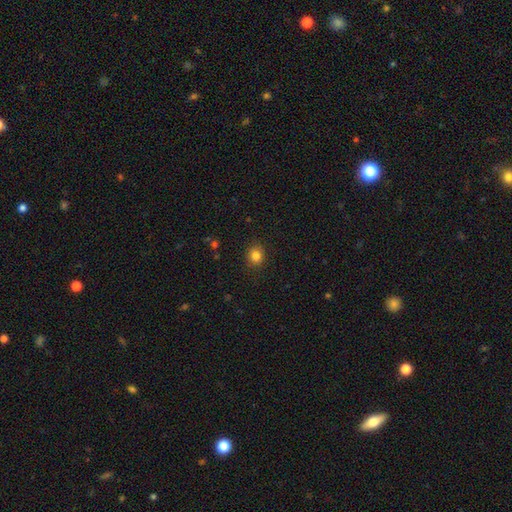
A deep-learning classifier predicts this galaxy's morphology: Smooth or featured?
  - smooth: 83% *
  - star or artifact: 12%
  - featured or disk: 5%
How rounded?
  - round: 73% *
  - in between: 27%
  - cigar-shaped: 1%
Merging?
  - none: 89% *
  - minor disturbance: 8%
  - major disturbance: 2%
  - merger: 1%